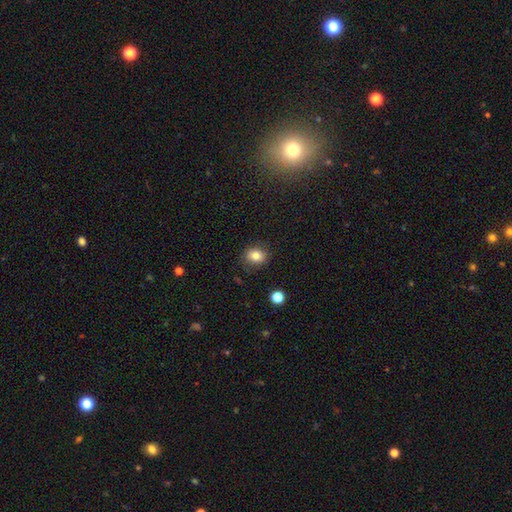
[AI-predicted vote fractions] Smooth or featured? smooth (82%)
How rounded? round (59%)
Merging? none (84%)